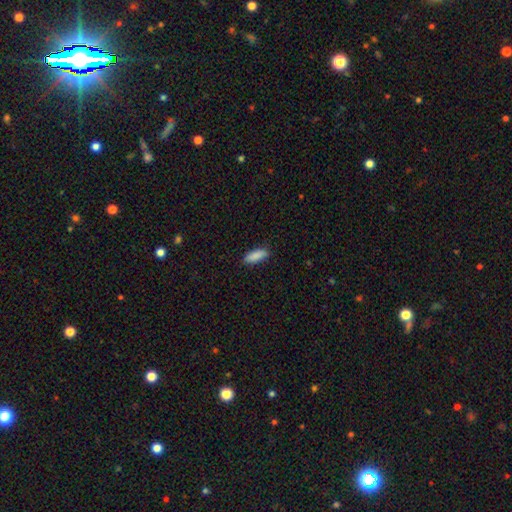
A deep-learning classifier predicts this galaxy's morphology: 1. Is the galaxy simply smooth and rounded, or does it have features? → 89% smooth, 6% star or artifact, 5% featured or disk.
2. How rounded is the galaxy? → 66% in between, 32% cigar-shaped, 2% round.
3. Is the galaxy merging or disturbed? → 86% none, 11% minor disturbance, 2% major disturbance, 1% merger.